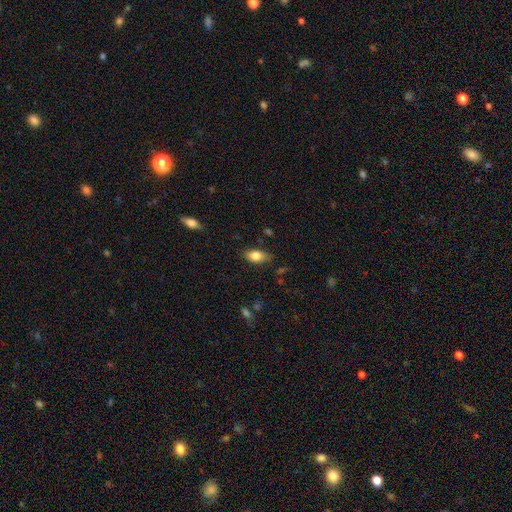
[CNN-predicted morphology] Q: Smooth or featured?
A: smooth (80%); runner-up: featured or disk (13%)
Q: How rounded?
A: in between (87%); runner-up: round (7%)
Q: Merging?
A: none (76%); runner-up: minor disturbance (19%)